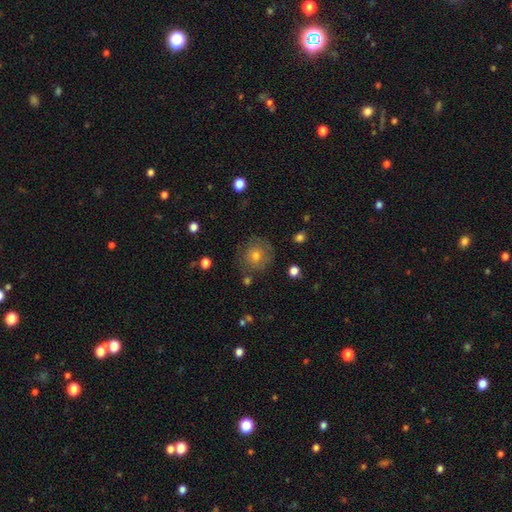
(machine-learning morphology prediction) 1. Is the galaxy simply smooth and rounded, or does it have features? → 71% smooth, 17% featured or disk, 12% star or artifact.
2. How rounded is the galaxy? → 92% round, 8% in between, 1% cigar-shaped.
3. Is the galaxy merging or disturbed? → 78% none, 14% minor disturbance, 5% major disturbance, 3% merger.